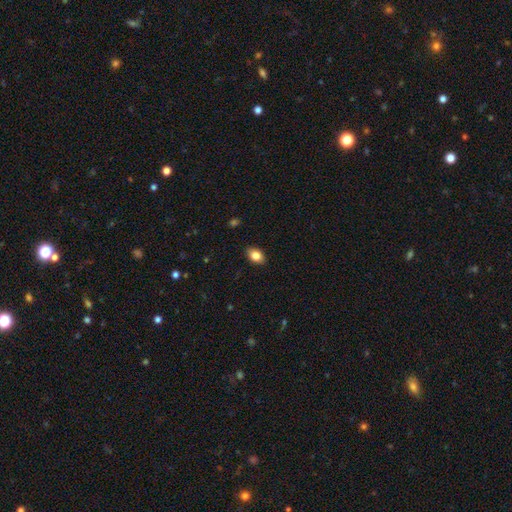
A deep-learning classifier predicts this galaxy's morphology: Q: Smooth or featured?
A: smooth (84%); runner-up: star or artifact (9%)
Q: How rounded?
A: in between (81%); runner-up: round (18%)
Q: Merging?
A: none (88%); runner-up: minor disturbance (9%)